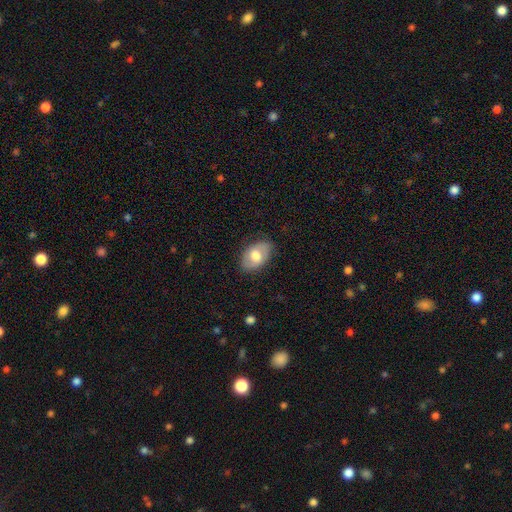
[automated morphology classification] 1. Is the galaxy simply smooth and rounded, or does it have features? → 62% smooth, 31% featured or disk, 6% star or artifact.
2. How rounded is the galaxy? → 89% in between, 9% round, 1% cigar-shaped.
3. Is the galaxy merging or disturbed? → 80% none, 15% minor disturbance, 4% major disturbance, 1% merger.